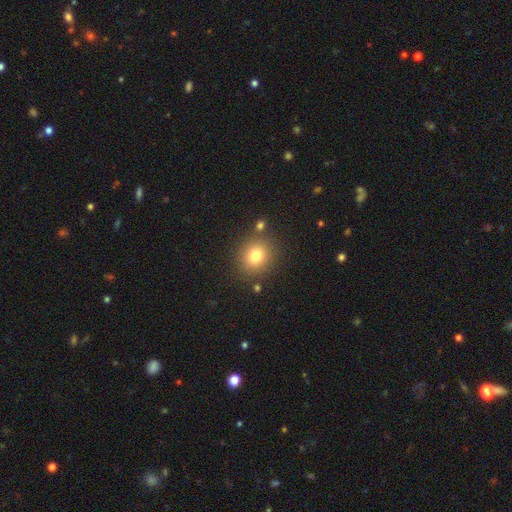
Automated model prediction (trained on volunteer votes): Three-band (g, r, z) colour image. It shows a smooth galaxy with no disk features (78%) that is round (78%). Merging: none (82%).